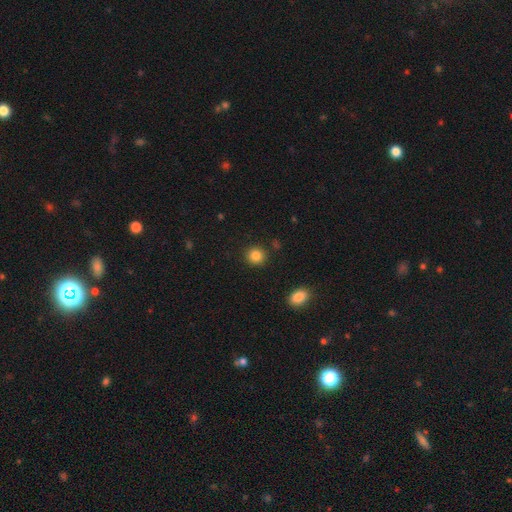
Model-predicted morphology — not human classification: Smooth or featured? smooth (85%)
How rounded? round (90%)
Merging? none (90%)